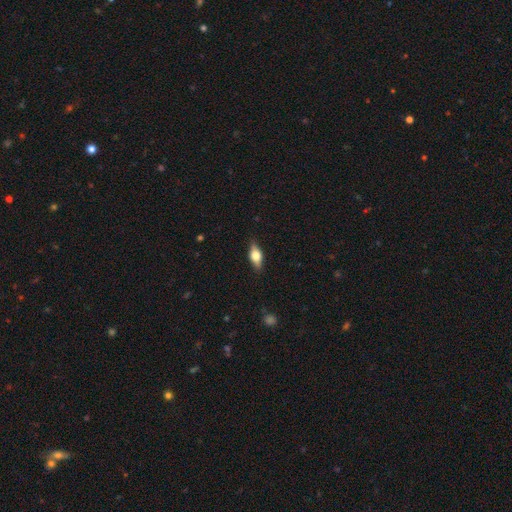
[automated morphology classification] A smooth galaxy with no disk features (56%) that is in between round and cigar-shaped (76%).

Vote fractions:
- Smooth or featured? smooth: 56% / featured or disk: 37% / star or artifact: 7%
- How rounded? in between: 76% / cigar-shaped: 18% / round: 6%
- Merging? none: 84% / minor disturbance: 13% / major disturbance: 3% / merger: 1%